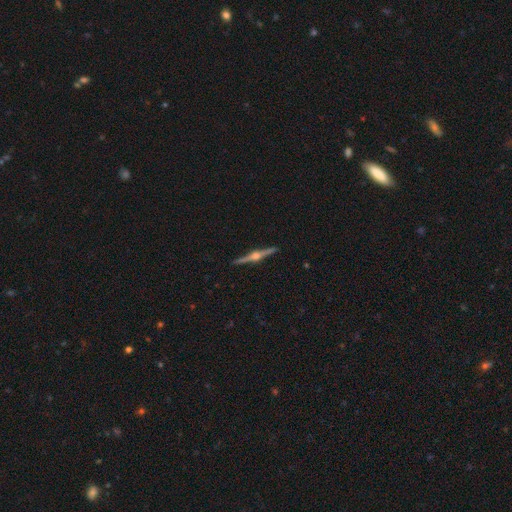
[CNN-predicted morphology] A featured or disk galaxy (87%) viewed edge-on (99%) with a rounded central bulge (92%). Merging: none (93%).